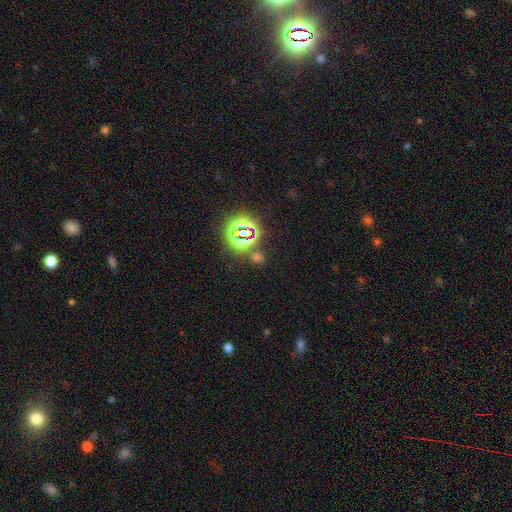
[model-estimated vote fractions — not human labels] Q: Smooth or featured?
A: star or artifact (73%); runner-up: smooth (19%)